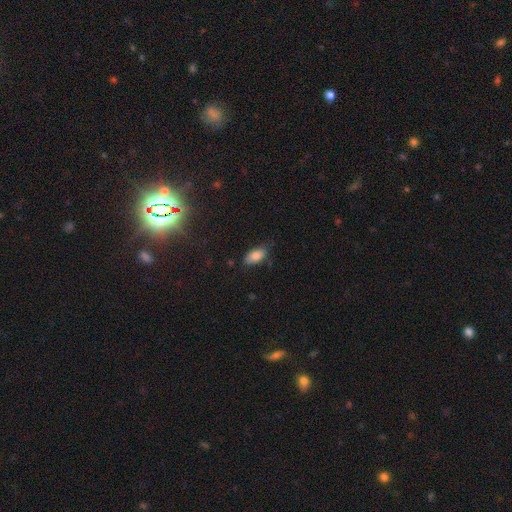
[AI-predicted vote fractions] smooth-or-featured: smooth: 83% | featured or disk: 9% | star or artifact: 8%
  how-rounded: in between: 91% | cigar-shaped: 6% | round: 3%
  merging: none: 75% | minor disturbance: 20% | major disturbance: 4% | merger: 2%